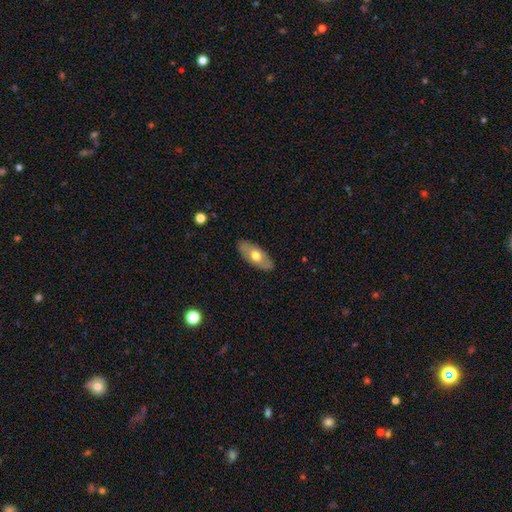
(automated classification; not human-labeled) Smooth or featured?
  - smooth: 58% *
  - featured or disk: 36%
  - star or artifact: 5%
How rounded?
  - in between: 87% *
  - cigar-shaped: 10%
  - round: 3%
Merging?
  - none: 86% *
  - minor disturbance: 11%
  - major disturbance: 2%
  - merger: 1%